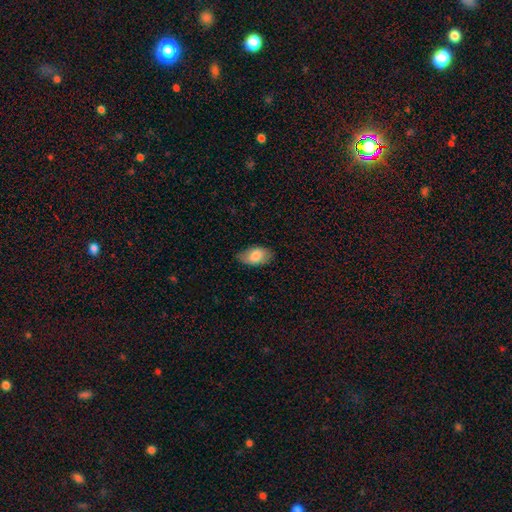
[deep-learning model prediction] smooth 81%, featured or disk 13%, star or artifact 7%. Down the decision tree: how rounded — in between (93%); merging — none (76%).